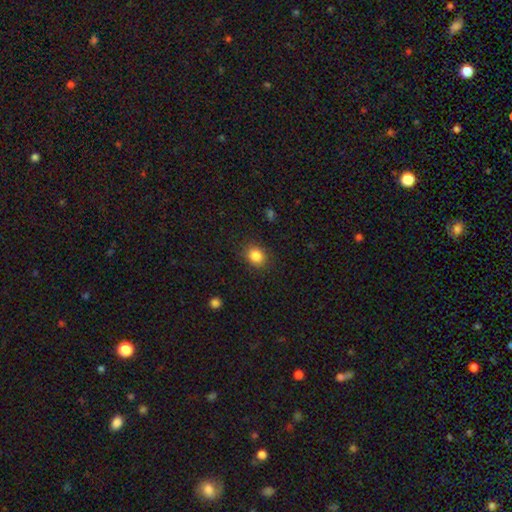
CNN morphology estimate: Overall: smooth (85%). How rounded: round (68%; in between 31%). Merging: none (87%).